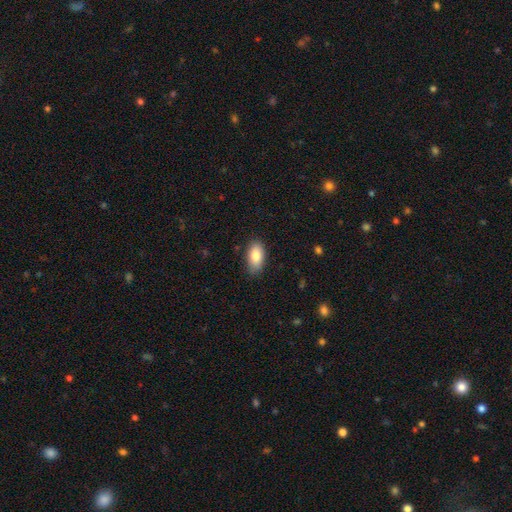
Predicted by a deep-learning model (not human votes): A smooth galaxy with no disk features (85%) that is in between round and cigar-shaped (92%).

Vote fractions:
- Smooth or featured? smooth: 85% / featured or disk: 9% / star or artifact: 7%
- How rounded? in between: 92% / cigar-shaped: 4% / round: 4%
- Merging? none: 81% / minor disturbance: 15% / major disturbance: 3% / merger: 1%